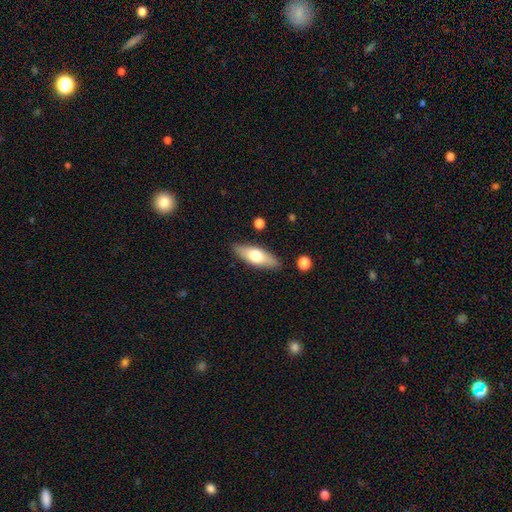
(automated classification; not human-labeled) The model was most divided on "smooth or featured": smooth: 59%, featured or disk: 35%, star or artifact: 6%. More confident: merging — none (86%); how rounded — in between (64%).